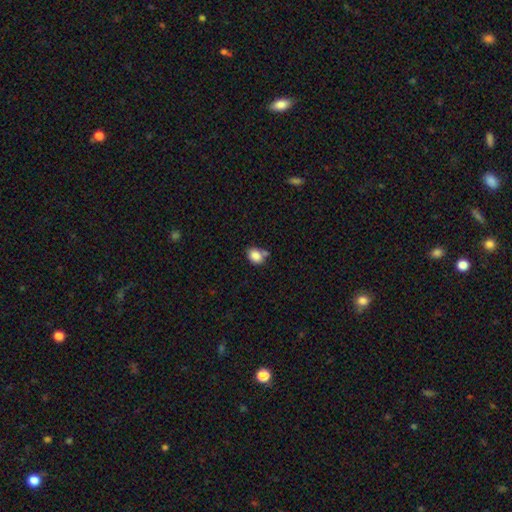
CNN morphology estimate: A smooth galaxy with no disk features (85%) that is in between round and cigar-shaped (56%).

Vote fractions:
- Smooth or featured? smooth: 85% / star or artifact: 9% / featured or disk: 5%
- How rounded? in between: 56% / round: 43% / cigar-shaped: 1%
- Merging? none: 57% / merger: 21% / minor disturbance: 18% / major disturbance: 5%